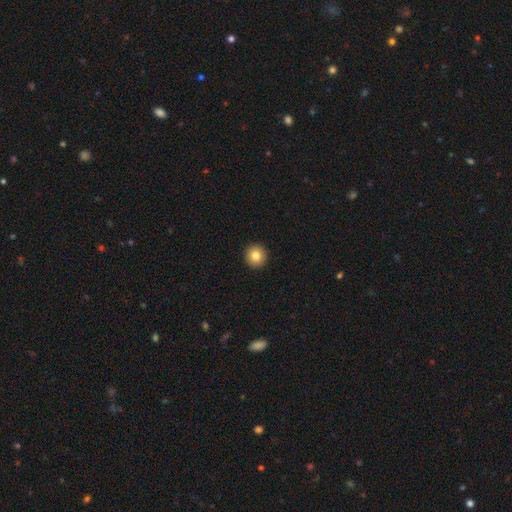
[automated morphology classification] Smooth or featured?
  - smooth: 82% *
  - star or artifact: 9%
  - featured or disk: 8%
How rounded?
  - round: 96% *
  - in between: 3%
  - cigar-shaped: 1%
Merging?
  - none: 94% *
  - minor disturbance: 4%
  - major disturbance: 1%
  - merger: 1%